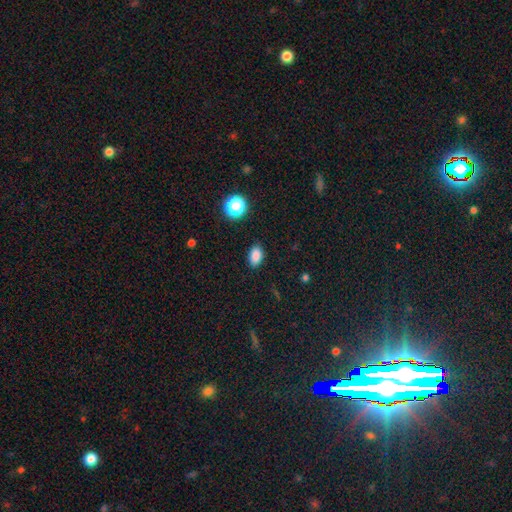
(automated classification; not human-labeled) Morphology: type=smooth (85%); roundness=in between (87%); merging=none (86%).